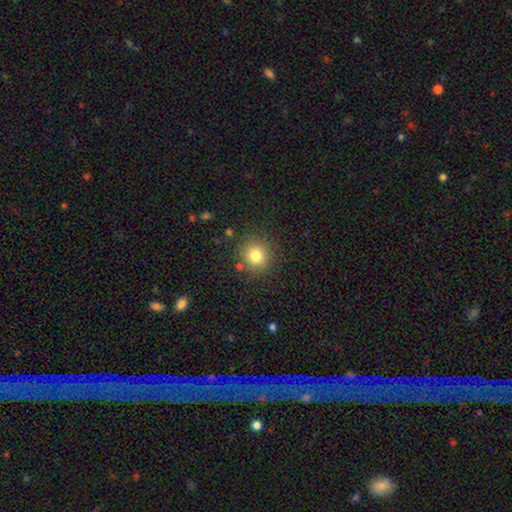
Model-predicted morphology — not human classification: smooth-or-featured: smooth: 80% | star or artifact: 13% | featured or disk: 7%
  how-rounded: round: 90% | in between: 9% | cigar-shaped: 1%
  merging: none: 86% | minor disturbance: 8% | major disturbance: 3% | merger: 3%